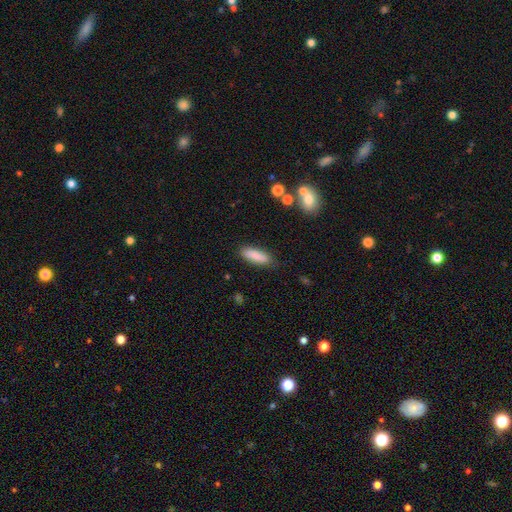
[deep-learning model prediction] Smooth or featured? Predicted: smooth (p=0.87). How rounded? Predicted: cigar-shaped (p=0.51). Merging? Predicted: none (p=0.85).